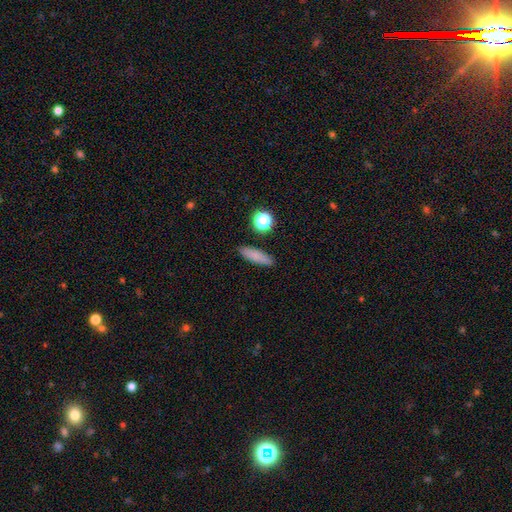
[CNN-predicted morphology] This is likely a smooth galaxy (80%). How rounded: possibly cigar-shaped (58%). Merging: clearly none (87%).